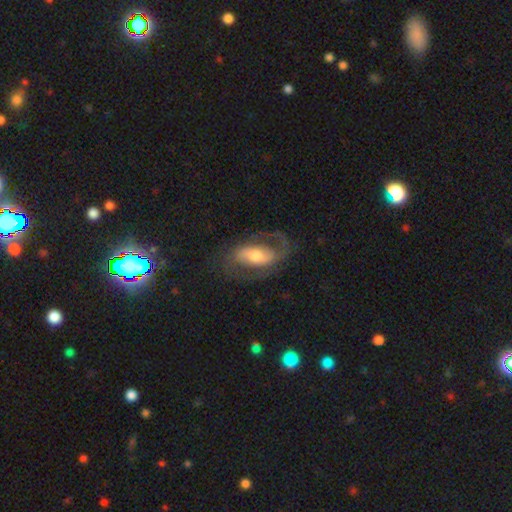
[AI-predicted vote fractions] This is likely a featured or disk galaxy (75%). It is clearly not viewed edge-on (94%). Bar: marginally weak (36%). Spiral arm pattern: clearly yes (86%). Spiral arm count: clearly 2 (84%). Spiral winding: possibly medium (49%). Central bulge: possibly moderate (59%). Merging: likely none (67%).